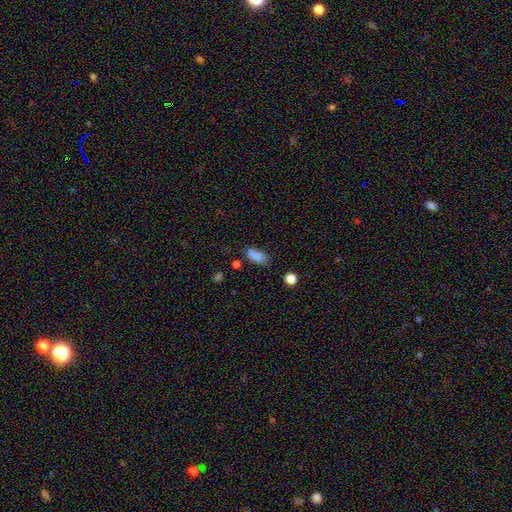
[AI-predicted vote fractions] smooth-or-featured: smooth: 86% | star or artifact: 10% | featured or disk: 4%
  how-rounded: in between: 87% | cigar-shaped: 10% | round: 4%
  merging: none: 73% | minor disturbance: 19% | major disturbance: 5% | merger: 4%